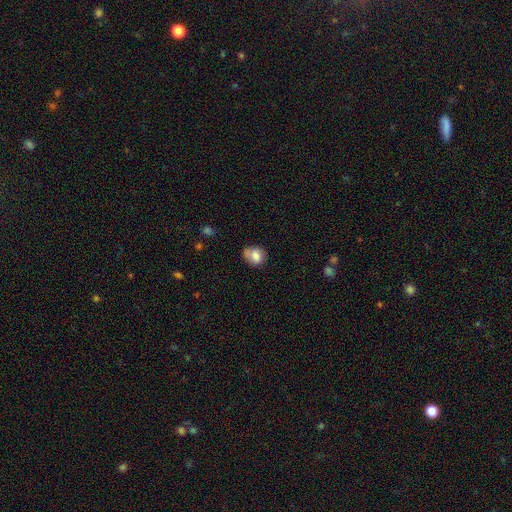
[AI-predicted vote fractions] Overall: smooth (76%). How rounded: round (62%; in between 37%). Merging: none (50%; minor disturbance 26%).